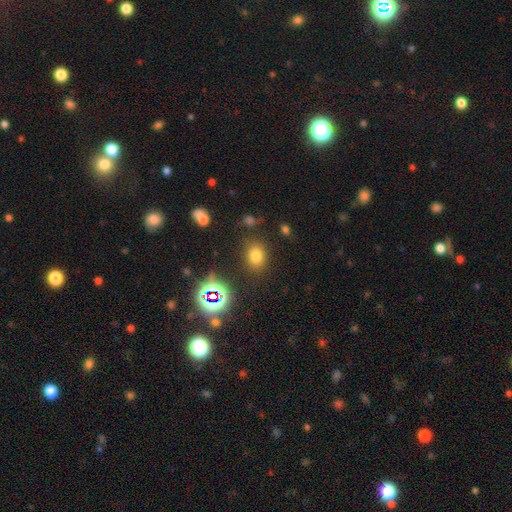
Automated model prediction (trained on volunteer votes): A smooth galaxy with no disk features (70%) that is in between round and cigar-shaped (57%). Merging: none (81%).